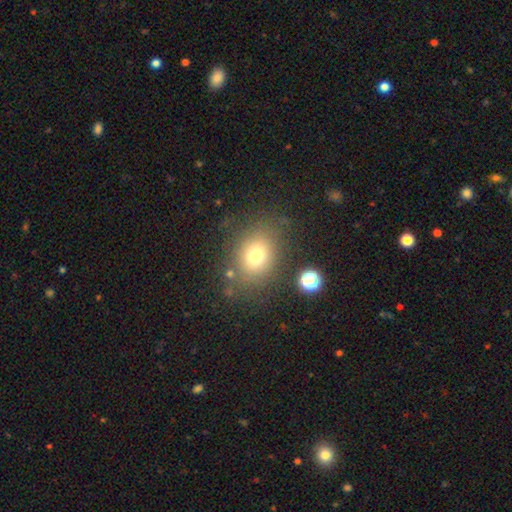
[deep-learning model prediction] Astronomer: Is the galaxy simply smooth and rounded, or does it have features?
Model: smooth — 74%.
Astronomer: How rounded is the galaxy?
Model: in between — 52% (runner-up: round, 47%).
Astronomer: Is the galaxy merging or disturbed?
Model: none — 75%.